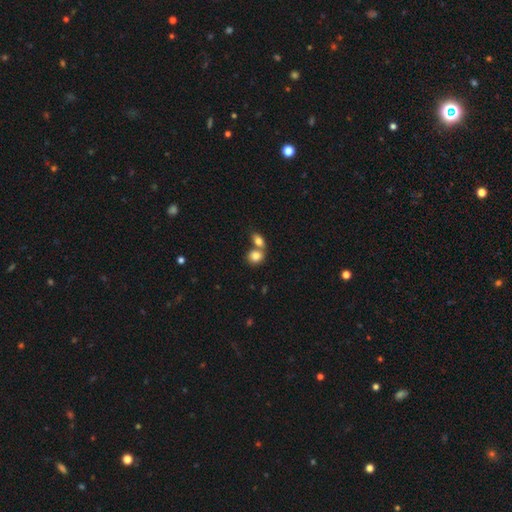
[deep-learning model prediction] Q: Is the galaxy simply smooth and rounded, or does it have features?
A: smooth — 82%.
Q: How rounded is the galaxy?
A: round — 58%.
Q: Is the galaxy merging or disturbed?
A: merger — 55%.